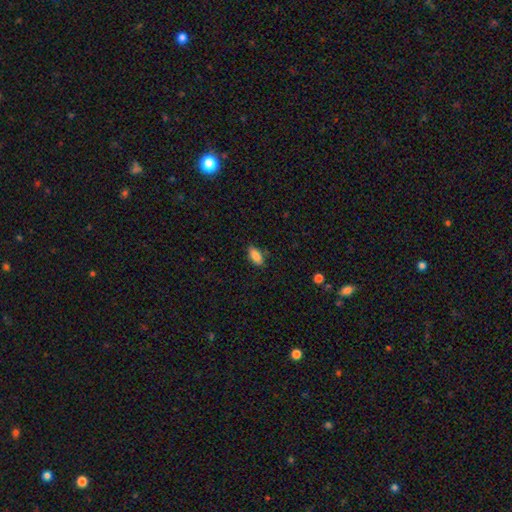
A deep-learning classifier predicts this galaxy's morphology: This is clearly a smooth galaxy (86%). How rounded: clearly in between (88%). Merging: clearly none (81%).